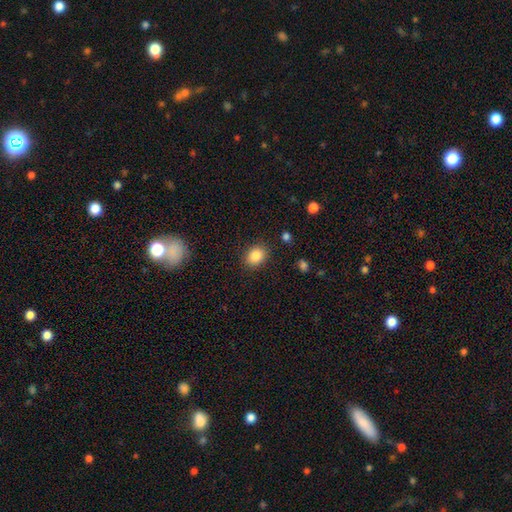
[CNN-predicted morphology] Overall: smooth (85%). How rounded: in between (54%; round 45%). Merging: none (87%).